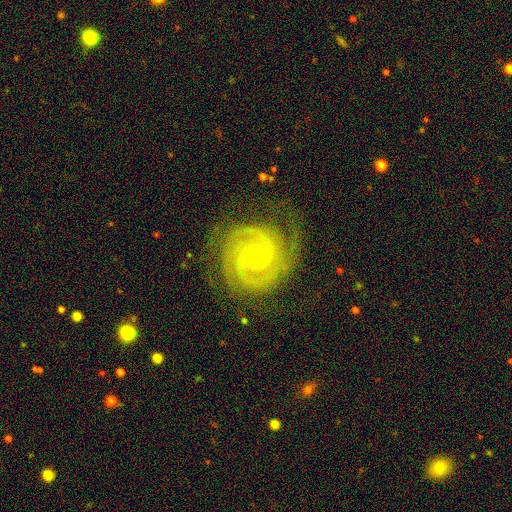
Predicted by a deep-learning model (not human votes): Smooth or featured?
  - featured or disk: 90% *
  - star or artifact: 5%
  - smooth: 4%
Edge-on disk?
  - no: 98% *
  - yes: 2%
Bar?
  - no: 54% *
  - weak: 33%
  - strong: 12%
Spiral arms?
  - yes: 98% *
  - no: 2%
Spiral winding?
  - tight: 72% *
  - medium: 24%
  - loose: 3%
Spiral arm count?
  - 2: 46% *
  - 3: 23%
  - can't tell: 12%
  - 4: 9%
  - more than 4: 5%
  - 1: 5%
Bulge size?
  - small: 74% *
  - moderate: 23%
  - large: 1%
  - none: 1%
  - dominant: 1%
Merging?
  - none: 74% *
  - minor disturbance: 17%
  - major disturbance: 8%
  - merger: 1%